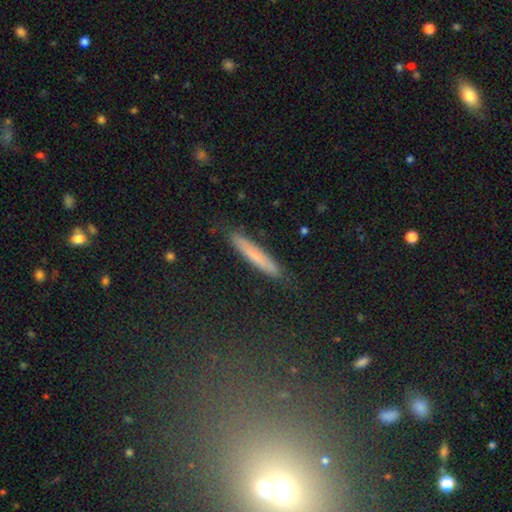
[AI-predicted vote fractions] smooth-or-featured: smooth: 65% | featured or disk: 27% | star or artifact: 8%
  how-rounded: cigar-shaped: 94% | in between: 4% | round: 1%
  merging: none: 86% | minor disturbance: 10% | major disturbance: 2% | merger: 1%